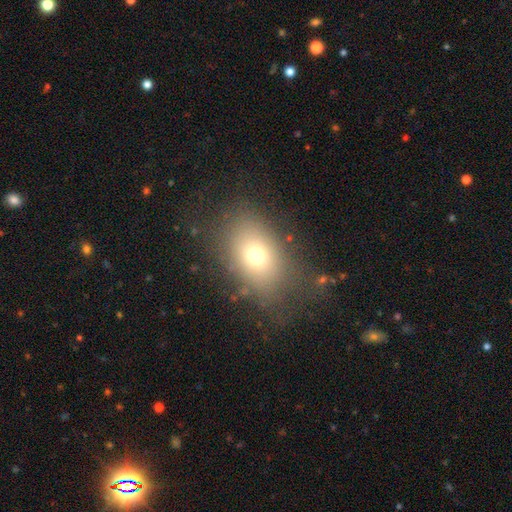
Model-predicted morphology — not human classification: Overall: smooth (70%). How rounded: in between (76%). Merging: none (70%).